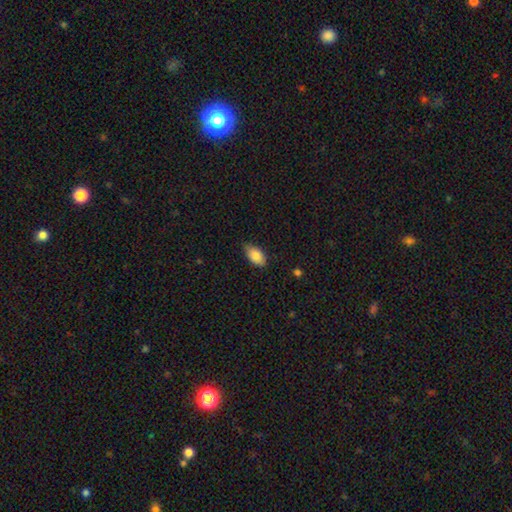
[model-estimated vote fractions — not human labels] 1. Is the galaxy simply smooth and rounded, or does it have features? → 85% smooth, 8% featured or disk, 7% star or artifact.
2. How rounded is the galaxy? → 93% in between, 5% round, 2% cigar-shaped.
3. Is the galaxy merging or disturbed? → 72% none, 24% minor disturbance, 3% major disturbance, 1% merger.